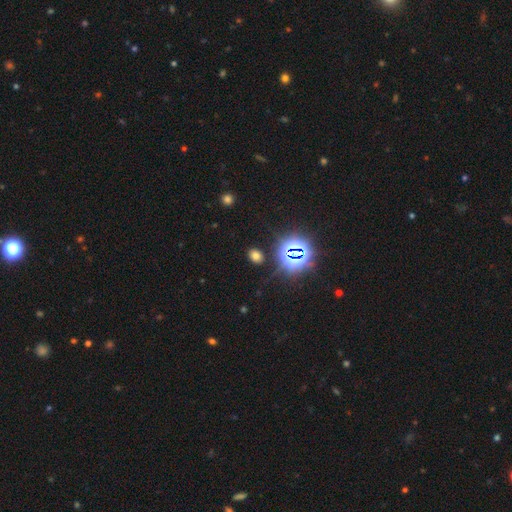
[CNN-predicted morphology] Smooth or featured? Predicted: smooth (p=0.61). How rounded? Predicted: in between (p=0.62). Merging? Predicted: none (p=0.86).